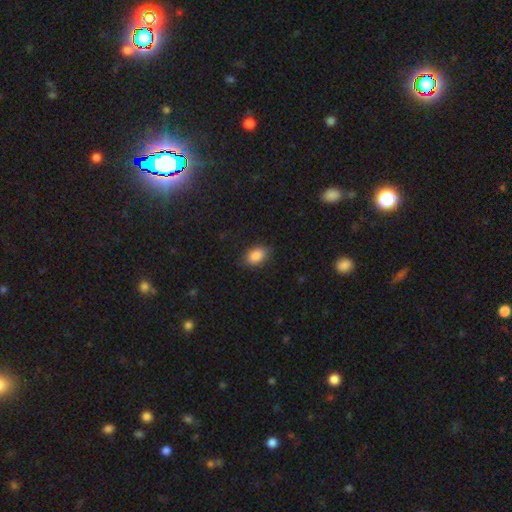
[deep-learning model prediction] smooth_or_featured: smooth (p=0.87) [alt: star or artifact p=0.08]
how_rounded: in between (p=0.89) [alt: round p=0.09]
merging: none (p=0.83) [alt: minor disturbance p=0.13]